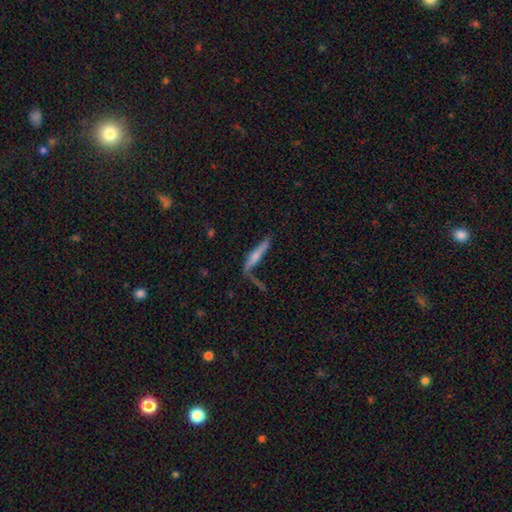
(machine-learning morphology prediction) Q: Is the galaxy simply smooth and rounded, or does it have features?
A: smooth — 47%.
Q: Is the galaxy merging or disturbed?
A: none — 46%.